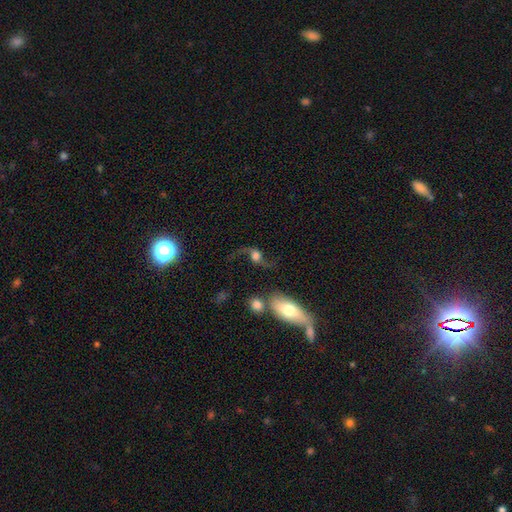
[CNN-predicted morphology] The model was most divided on "bulge size": moderate: 41%, large: 34%, small: 12%, dominant: 7%, none: 5%. More confident: edge-on disk — no (94%); spiral arms — yes (93%); spiral winding — loose (92%); spiral arm count — 2 (91%); smooth or featured — featured or disk (76%); bar — no (60%); merging — none (60%).